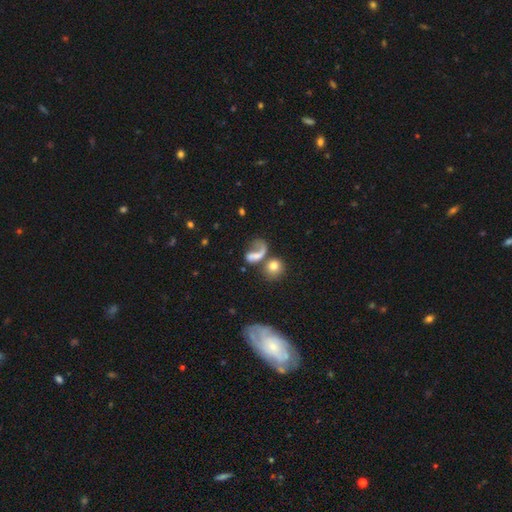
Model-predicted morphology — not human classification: Smooth or featured?
  - smooth: 46% *
  - featured or disk: 41%
  - star or artifact: 13%
Merging?
  - major disturbance: 35% *
  - merger: 27%
  - none: 25%
  - minor disturbance: 13%